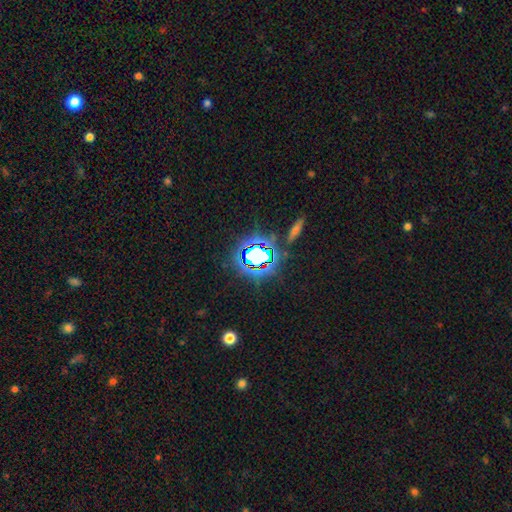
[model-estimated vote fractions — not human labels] Morphology: type=star or artifact (67%).